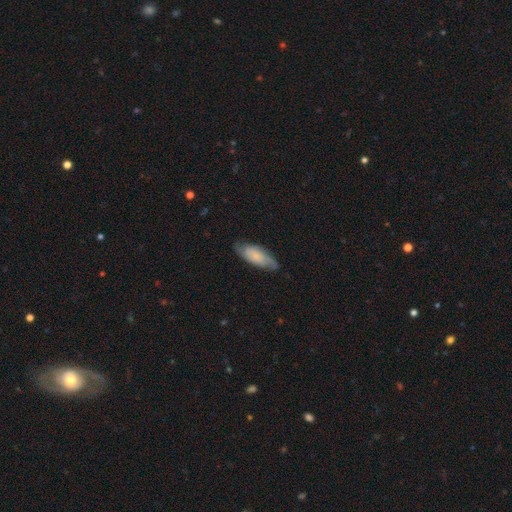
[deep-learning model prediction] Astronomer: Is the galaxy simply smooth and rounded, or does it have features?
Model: smooth — 54% (runner-up: featured or disk, 40%).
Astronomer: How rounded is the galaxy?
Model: in between — 72%.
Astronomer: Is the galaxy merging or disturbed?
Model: none — 74%.